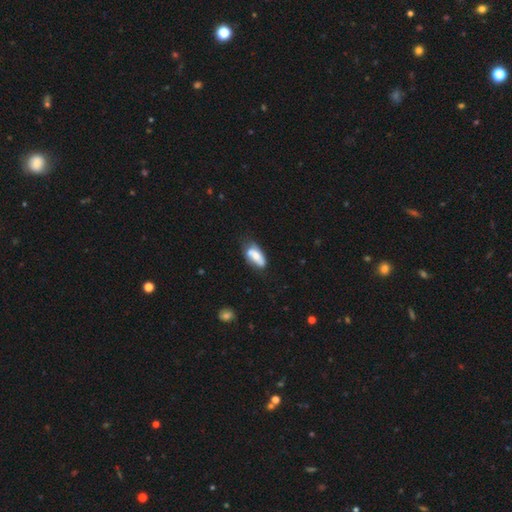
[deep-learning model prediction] smooth_or_featured: smooth (p=0.58) [alt: featured or disk p=0.35]
how_rounded: in between (p=0.85) [alt: cigar-shaped p=0.11]
merging: none (p=0.43) [alt: minor disturbance p=0.27]